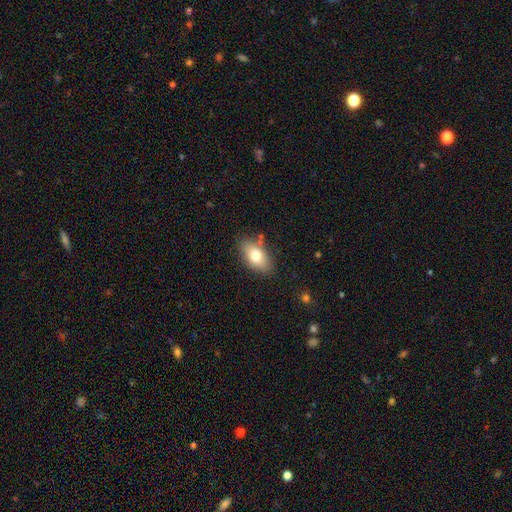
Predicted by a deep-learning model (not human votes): The model was most divided on "smooth or featured": smooth: 75%, featured or disk: 17%, star or artifact: 8%. More confident: how rounded — in between (90%); merging — none (80%).